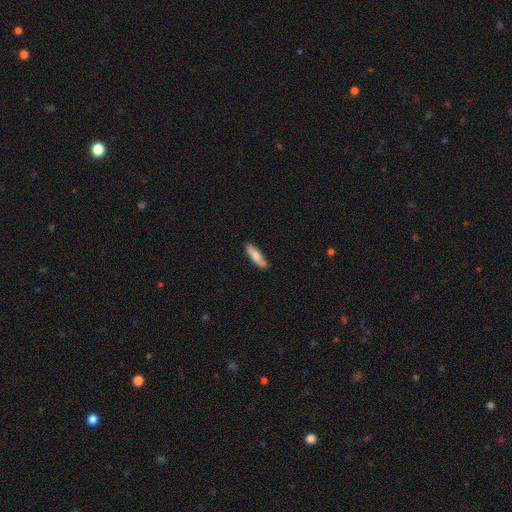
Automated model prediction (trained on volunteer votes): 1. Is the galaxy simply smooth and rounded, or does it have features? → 71% smooth, 23% featured or disk, 6% star or artifact.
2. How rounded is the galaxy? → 64% cigar-shaped, 35% in between, 2% round.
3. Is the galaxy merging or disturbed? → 82% none, 14% minor disturbance, 2% major disturbance, 2% merger.